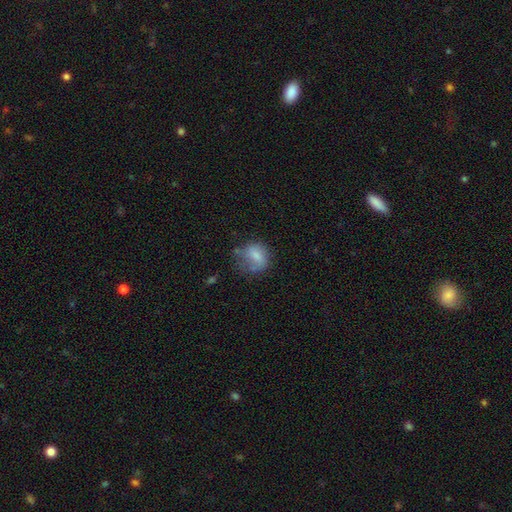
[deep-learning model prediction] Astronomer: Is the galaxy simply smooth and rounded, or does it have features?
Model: smooth — 70%.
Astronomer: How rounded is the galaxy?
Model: round — 51% (runner-up: in between, 48%).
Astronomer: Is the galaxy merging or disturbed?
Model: none — 39% (runner-up: minor disturbance, 31%).